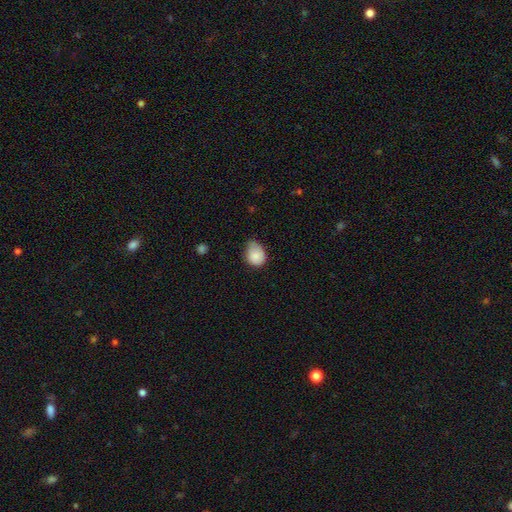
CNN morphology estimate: type=smooth (85%); roundness=in between (57%); merging=minor disturbance (51%).